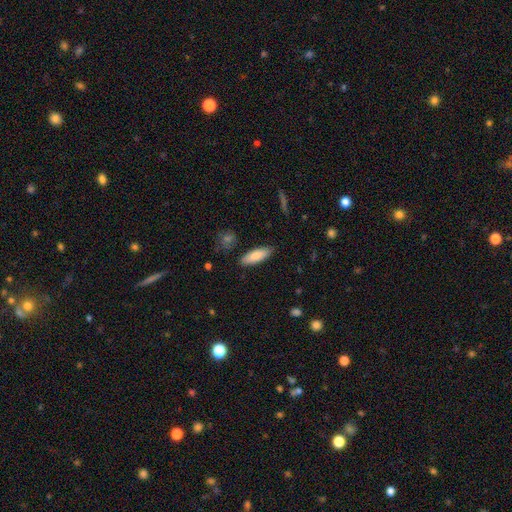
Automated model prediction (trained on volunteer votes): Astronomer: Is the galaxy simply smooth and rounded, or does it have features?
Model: smooth — 83%.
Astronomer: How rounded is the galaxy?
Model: in between — 65%.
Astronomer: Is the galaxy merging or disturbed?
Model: none — 86%.